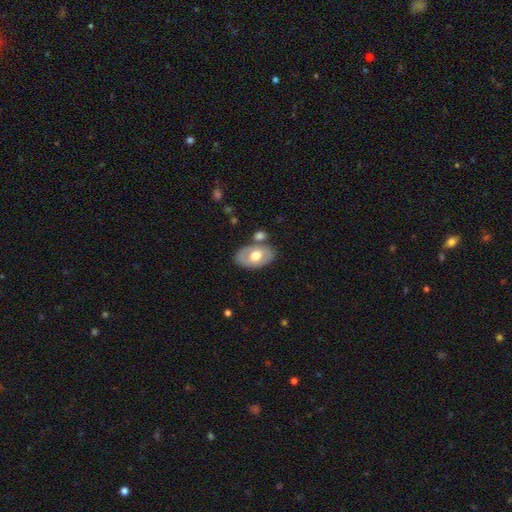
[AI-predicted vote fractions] Overall: smooth (51%; featured or disk 44%). How rounded: in between (89%). Merging: none (68%).